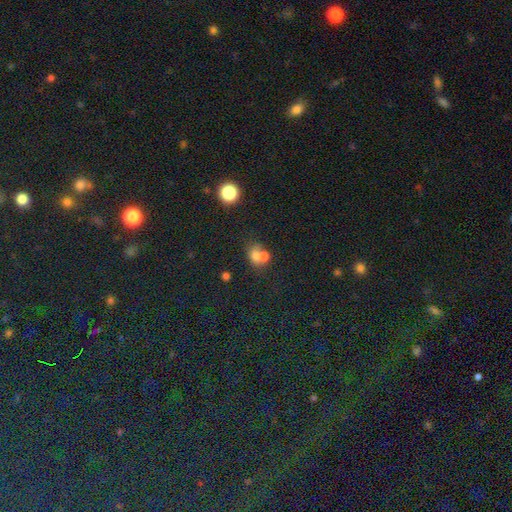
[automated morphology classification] Q: Smooth or featured?
A: smooth (66%); runner-up: featured or disk (18%)
Q: How rounded?
A: round (60%); runner-up: in between (38%)
Q: Merging?
A: merger (57%); runner-up: none (30%)